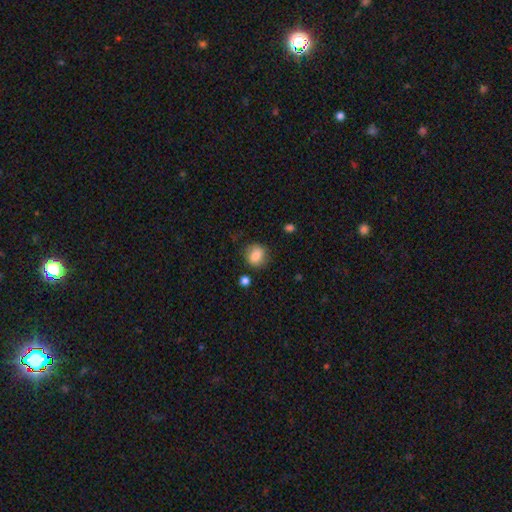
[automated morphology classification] Smooth or featured: smooth — 81% (featured or disk — 10%)
How rounded: round — 76% (in between — 23%)
Merging: none — 79% (minor disturbance — 14%)